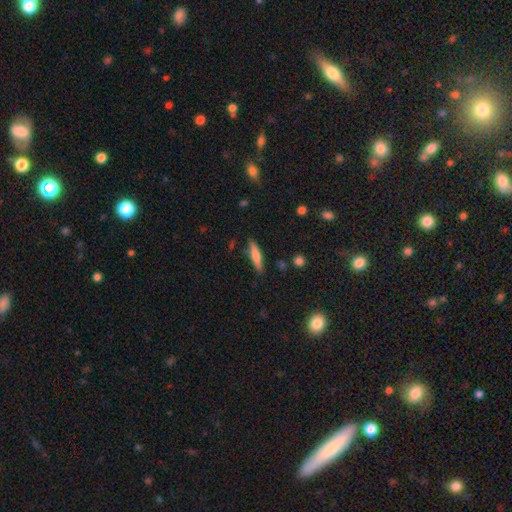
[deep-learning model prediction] Smooth or featured? smooth (64%)
How rounded? cigar-shaped (82%)
Merging? none (84%)